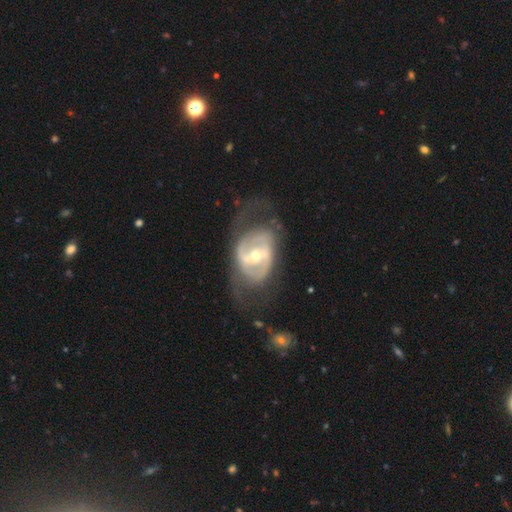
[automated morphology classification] Overall: featured or disk (83%). Edge-on disk: no (95%). Bar: strong (43%; weak 36%). Spiral arms: yes (75%). Spiral arm count: 2 (69%). Spiral winding: medium (42%; tight 35%). Bulge size: moderate (48%, tied with small). Merging: none (56%; major disturbance 22%).